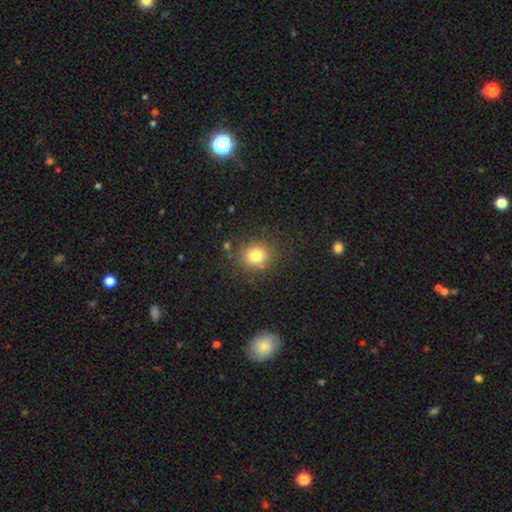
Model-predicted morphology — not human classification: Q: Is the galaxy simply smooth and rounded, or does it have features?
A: smooth — 78%.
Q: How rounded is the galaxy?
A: round — 82%.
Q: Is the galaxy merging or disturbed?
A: none — 84%.